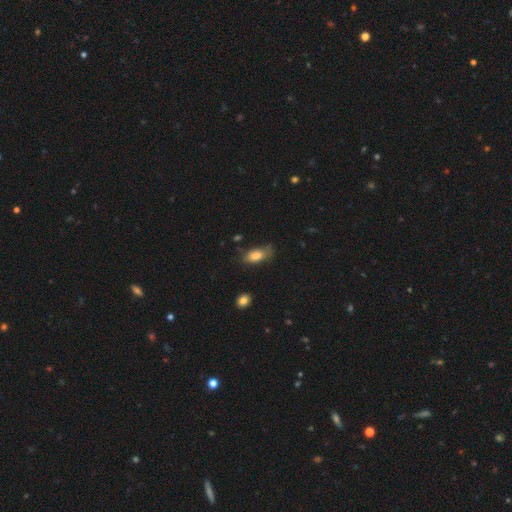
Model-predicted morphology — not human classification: Smooth or featured? Predicted: smooth (p=0.81). How rounded? Predicted: in between (p=0.85). Merging? Predicted: none (p=0.59).